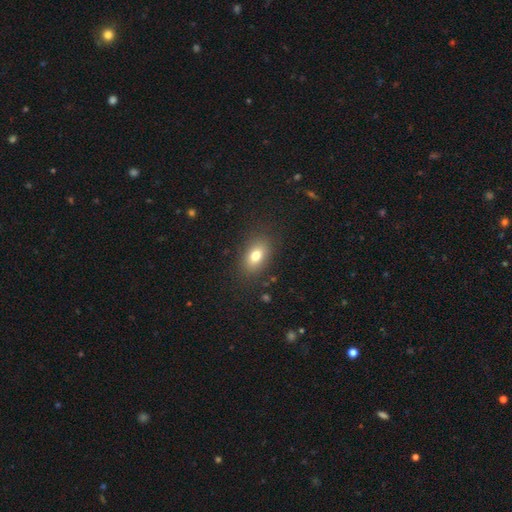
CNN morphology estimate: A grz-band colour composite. It shows a smooth galaxy with no disk features (78%) that is in between round and cigar-shaped (82%). Merging: none (84%).